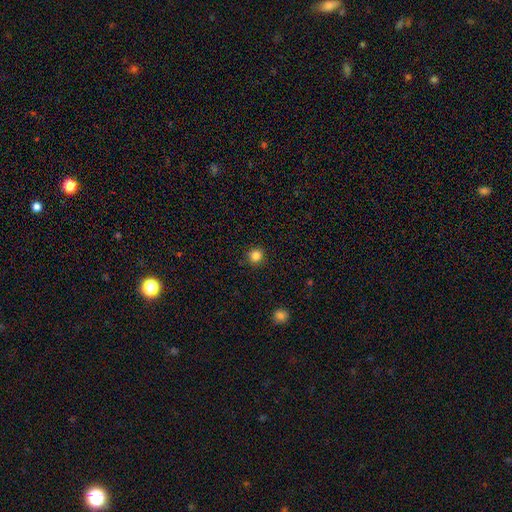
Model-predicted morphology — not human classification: The model was most divided on "smooth or featured": smooth: 84%, star or artifact: 12%, featured or disk: 4%. More confident: how rounded — round (92%); merging — none (90%).